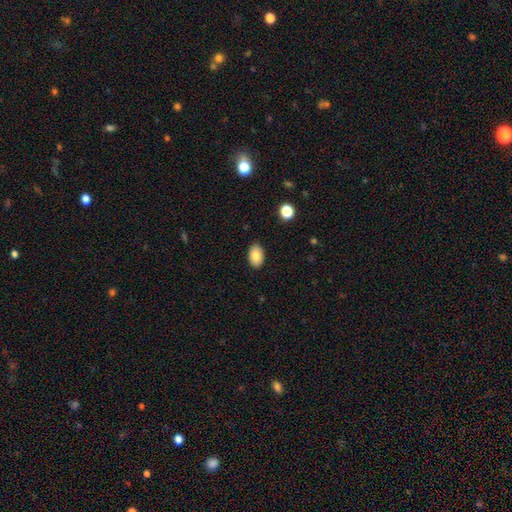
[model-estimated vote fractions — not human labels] smooth_or_featured: smooth (p=0.83) [alt: featured or disk p=0.09]
how_rounded: in between (p=0.90) [alt: round p=0.09]
merging: none (p=0.88) [alt: minor disturbance p=0.09]